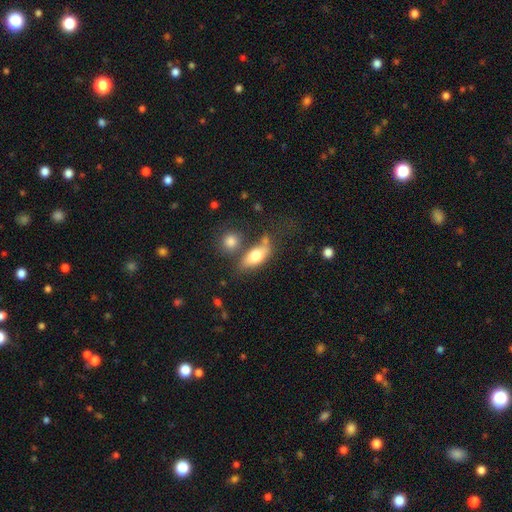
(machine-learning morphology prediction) A smooth galaxy with no disk features (73%) that is in between round and cigar-shaped (81%).

Vote fractions:
- Smooth or featured? smooth: 73% / featured or disk: 20% / star or artifact: 7%
- How rounded? in between: 81% / cigar-shaped: 15% / round: 5%
- Merging? none: 51% / merger: 21% / minor disturbance: 19% / major disturbance: 10%